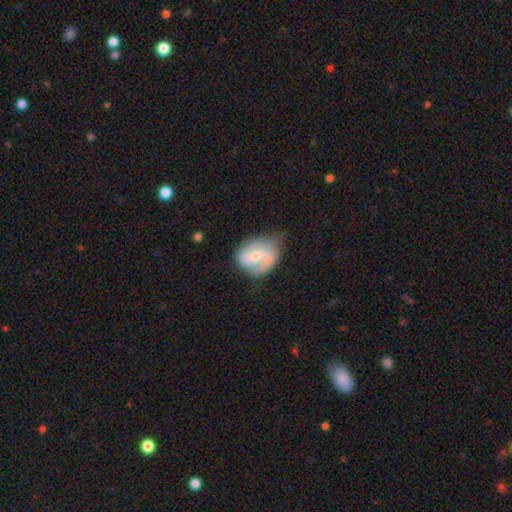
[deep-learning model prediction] A featured or disk galaxy (73%) with a weak bar (49%), 2 (79%) medium (48%) spiral arms (90%) and a small central bulge (50%). Merging: none (55%).